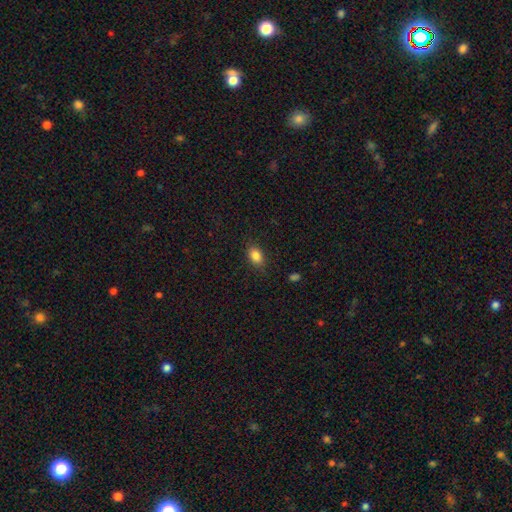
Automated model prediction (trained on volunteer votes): Overall: smooth (85%). How rounded: in between (81%). Merging: none (84%).